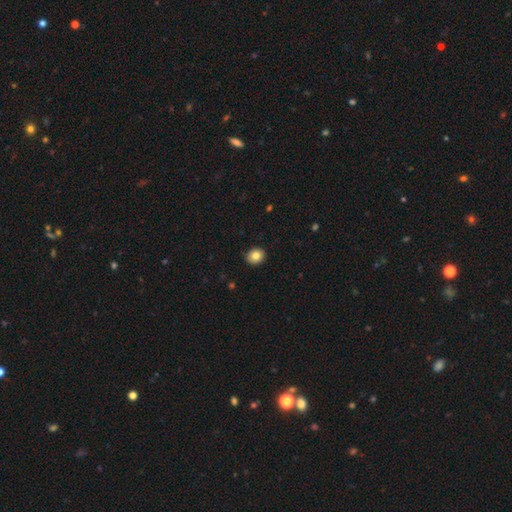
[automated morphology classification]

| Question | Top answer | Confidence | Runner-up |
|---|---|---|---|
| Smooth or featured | smooth | 82% | star or artifact (9%) |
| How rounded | round | 75% | in between (24%) |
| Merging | none | 90% | minor disturbance (7%) |